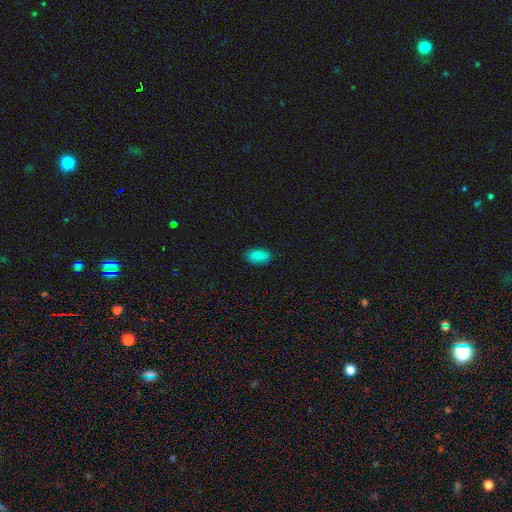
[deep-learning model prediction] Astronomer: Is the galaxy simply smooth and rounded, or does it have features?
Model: smooth — 87%.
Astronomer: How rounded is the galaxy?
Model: in between — 92%.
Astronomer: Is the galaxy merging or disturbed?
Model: none — 86%.